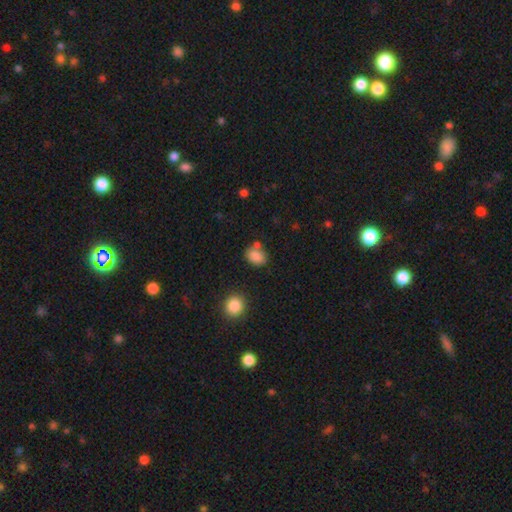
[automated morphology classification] Smooth or featured? smooth (85%)
How rounded? in between (76%)
Merging? none (63%)